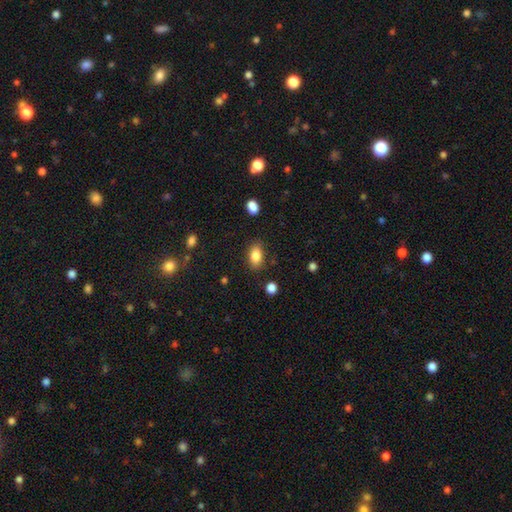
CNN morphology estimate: This is clearly a smooth galaxy (86%). How rounded: clearly in between (89%). Merging: clearly none (83%).